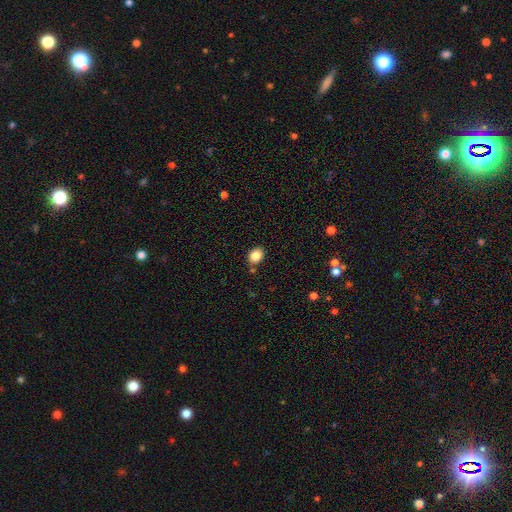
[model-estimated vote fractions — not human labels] smooth_or_featured: smooth (p=0.86) [alt: star or artifact p=0.09]
how_rounded: in between (p=0.55) [alt: round p=0.45]
merging: none (p=0.82) [alt: minor disturbance p=0.11]